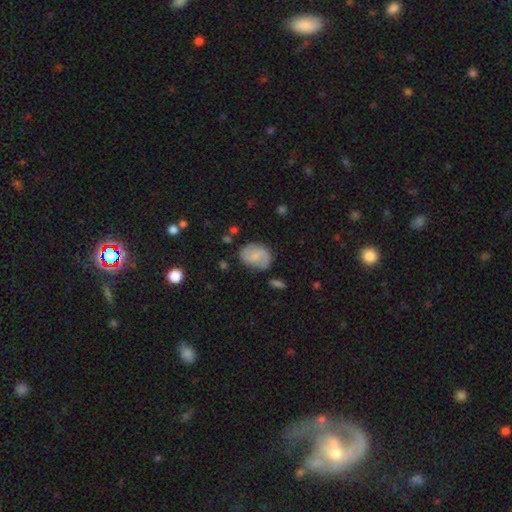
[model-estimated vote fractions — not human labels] smooth_or_featured: featured or disk (p=0.53) [alt: smooth p=0.40]
disk_edge_on: no (p=0.97) [alt: yes p=0.03]
bar: no (p=0.53) [alt: weak p=0.40]
has_spiral_arms: yes (p=0.88) [alt: no p=0.12]
bulge_size: small (p=0.56) [alt: moderate p=0.29]
merging: none (p=0.73) [alt: minor disturbance p=0.19]